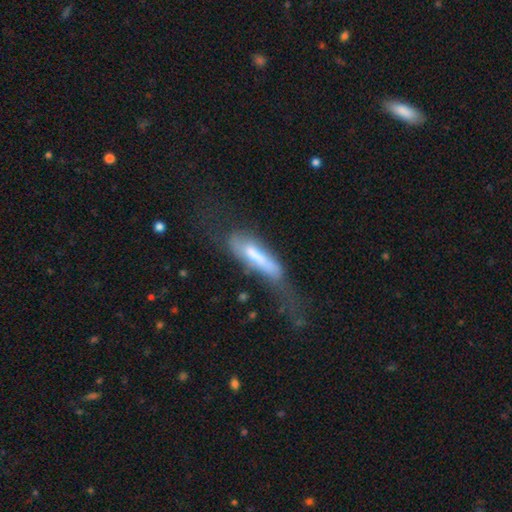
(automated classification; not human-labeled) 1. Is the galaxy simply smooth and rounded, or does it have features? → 55% smooth, 37% featured or disk, 7% star or artifact.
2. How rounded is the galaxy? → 71% cigar-shaped, 27% in between, 2% round.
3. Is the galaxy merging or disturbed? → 45% major disturbance, 25% minor disturbance, 24% none, 6% merger.